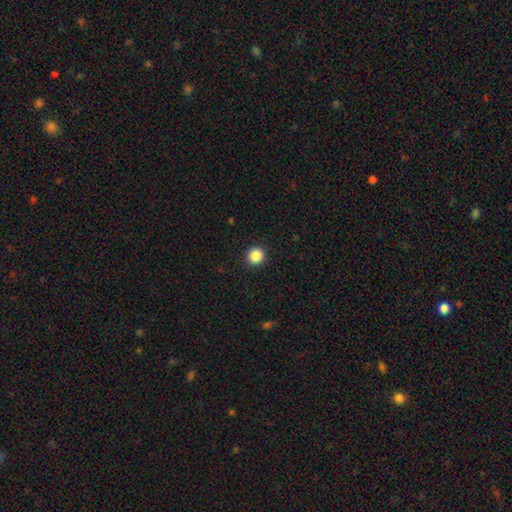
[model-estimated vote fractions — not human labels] The model was most divided on "smooth or featured": smooth: 87%, star or artifact: 10%, featured or disk: 3%. More confident: how rounded — round (93%); merging — none (93%).